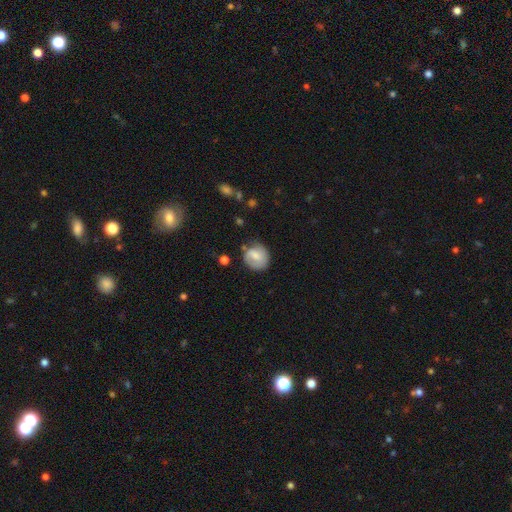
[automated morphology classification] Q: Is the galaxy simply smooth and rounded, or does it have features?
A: smooth — 60%.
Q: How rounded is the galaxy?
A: round — 74%.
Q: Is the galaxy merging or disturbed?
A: none — 59%.